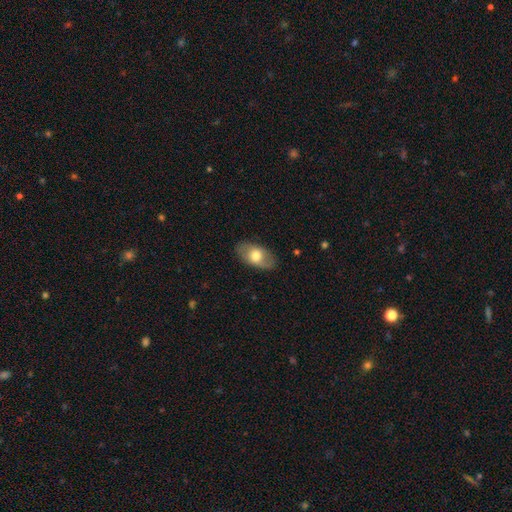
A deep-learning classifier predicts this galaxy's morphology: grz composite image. It shows a smooth galaxy with no disk features (63%) that is in between round and cigar-shaped (92%). Merging: none (83%).